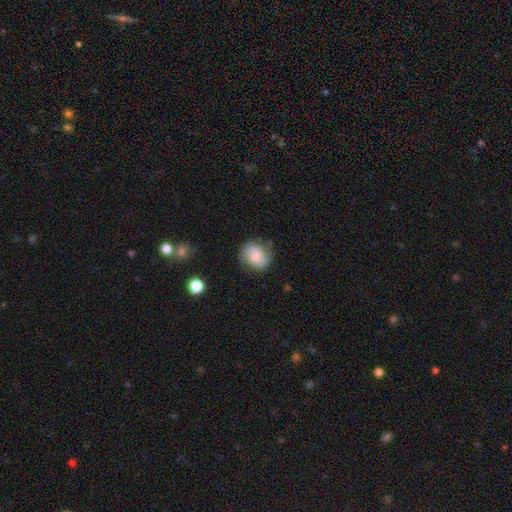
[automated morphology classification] A featured or disk galaxy (54%) with no bar (52%), spiral arms (91%) and a moderate central bulge (40%).

Vote fractions:
- Smooth or featured? featured or disk: 54% / smooth: 38% / star or artifact: 8%
- Edge-on disk? no: 98% / yes: 2%
- Bar? no: 52% / weak: 39% / strong: 9%
- Spiral arms? yes: 91% / no: 9%
- Bulge size? moderate: 40% / small: 33% / large: 12% / none: 12% / dominant: 2%
- Merging? none: 72% / minor disturbance: 19% / major disturbance: 7% / merger: 2%